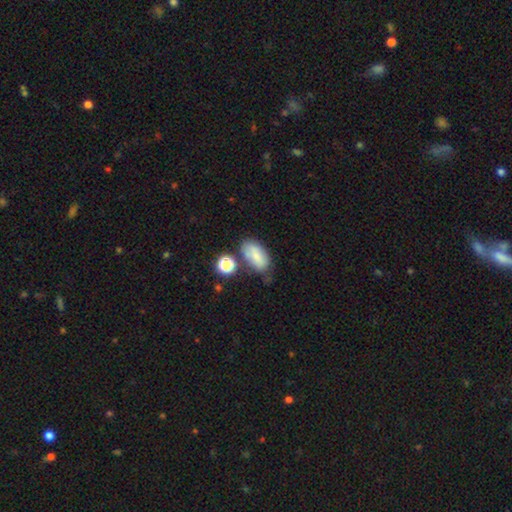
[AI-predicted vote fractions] Smooth or featured? smooth (73%)
How rounded? in between (90%)
Merging? none (51%)